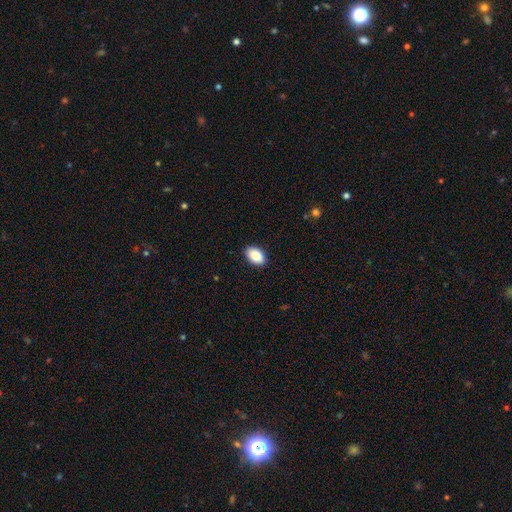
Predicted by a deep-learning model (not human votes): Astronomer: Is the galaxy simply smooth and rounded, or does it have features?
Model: smooth — 89%.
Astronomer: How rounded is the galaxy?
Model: in between — 92%.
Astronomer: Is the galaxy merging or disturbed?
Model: none — 90%.